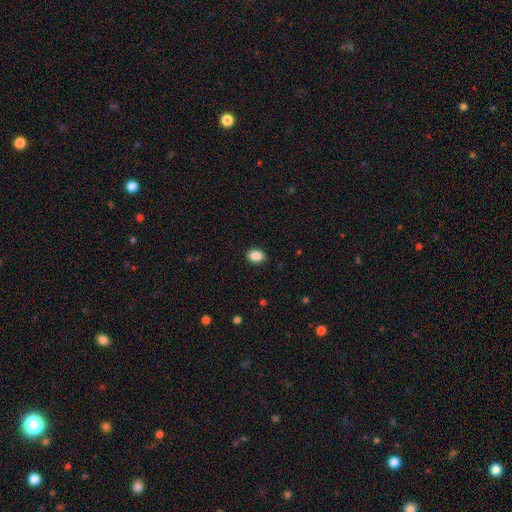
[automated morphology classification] A smooth galaxy with no disk features (88%) that is in between round and cigar-shaped (75%). Merging: none (90%).